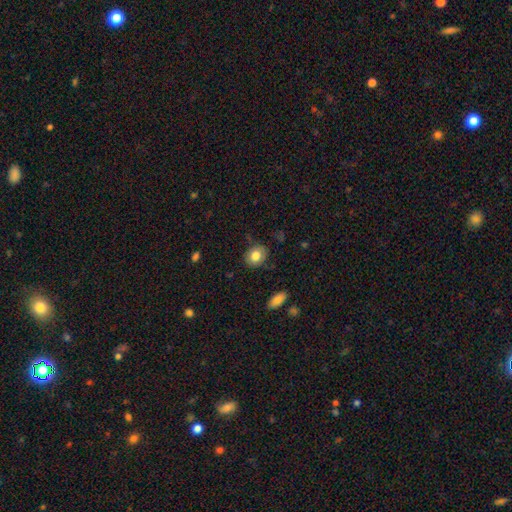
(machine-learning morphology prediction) A smooth galaxy with no disk features (80%) that is in between round and cigar-shaped (50%). Merging: none (82%).